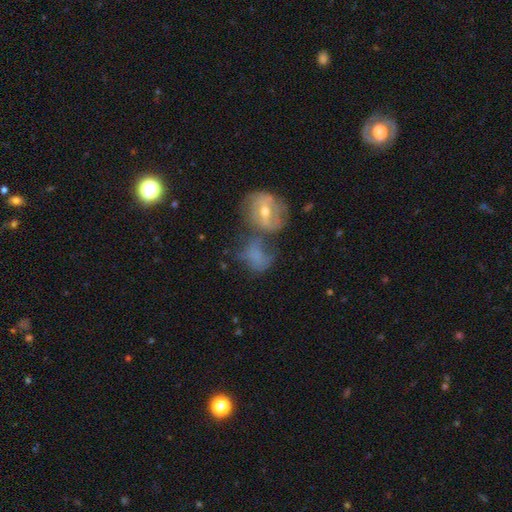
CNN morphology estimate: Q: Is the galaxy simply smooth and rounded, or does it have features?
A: smooth — 47%.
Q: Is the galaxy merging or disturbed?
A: merger — 40%.